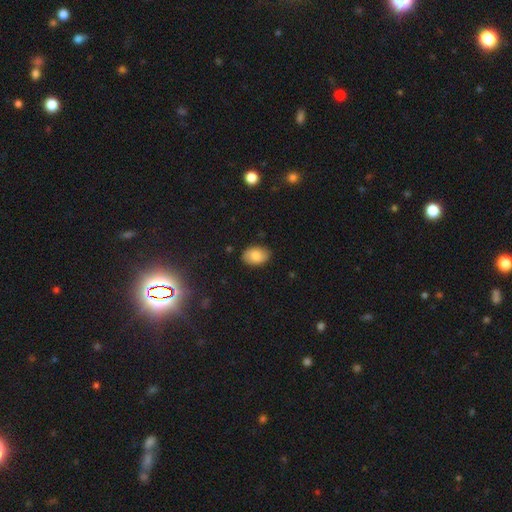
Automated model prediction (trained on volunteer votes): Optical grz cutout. It shows a smooth galaxy with no disk features (82%) that is in between round and cigar-shaped (89%). Merging: none (85%).